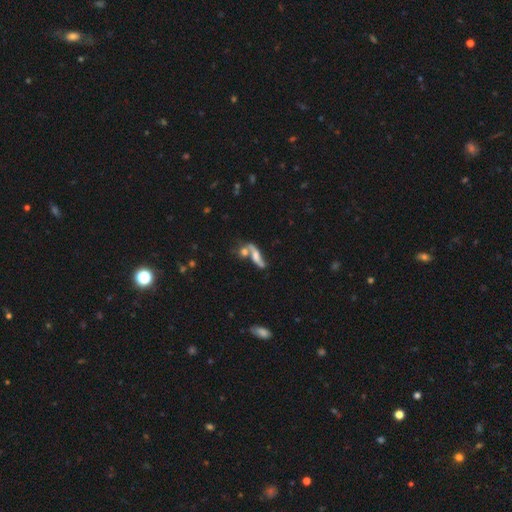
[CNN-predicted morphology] This is possibly a featured or disk galaxy (59%). It is likely not viewed edge-on (68%). Merging: marginally merger (40%).